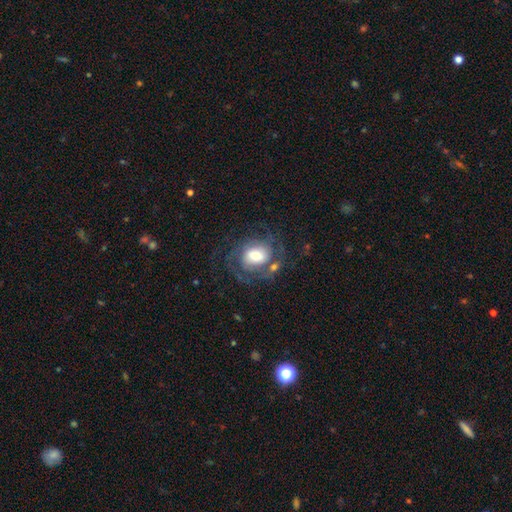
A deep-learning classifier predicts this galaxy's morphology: smooth_or_featured: featured or disk (p=0.66) [alt: smooth p=0.25]
disk_edge_on: no (p=0.97) [alt: yes p=0.03]
bar: no (p=0.62) [alt: weak p=0.29]
has_spiral_arms: yes (p=0.87) [alt: no p=0.13]
spiral_winding: tight (p=0.45) [alt: medium p=0.38]
spiral_arm_count: 2 (p=0.32) [alt: can't tell p=0.31]
bulge_size: moderate (p=0.41) [alt: large p=0.36]
merging: none (p=0.59) [alt: minor disturbance p=0.18]